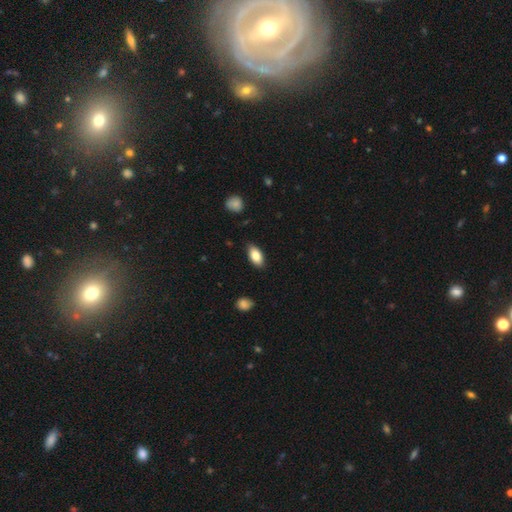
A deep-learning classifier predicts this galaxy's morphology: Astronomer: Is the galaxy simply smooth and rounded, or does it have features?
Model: smooth — 85%.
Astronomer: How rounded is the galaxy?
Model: in between — 91%.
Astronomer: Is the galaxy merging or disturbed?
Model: none — 85%.